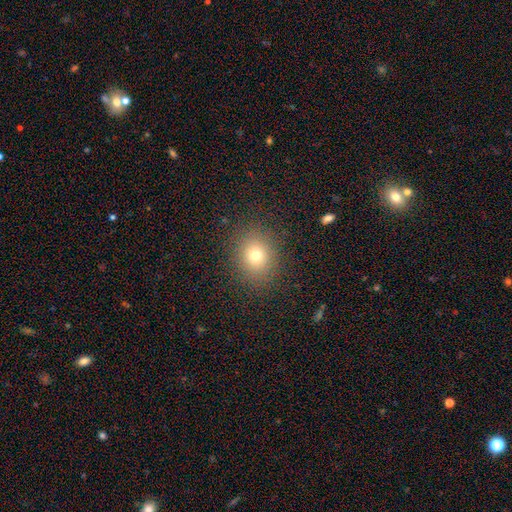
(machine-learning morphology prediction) Smooth or featured?
  - smooth: 74% *
  - star or artifact: 15%
  - featured or disk: 10%
How rounded?
  - round: 68% *
  - in between: 31%
  - cigar-shaped: 1%
Merging?
  - none: 88% *
  - minor disturbance: 8%
  - major disturbance: 3%
  - merger: 1%